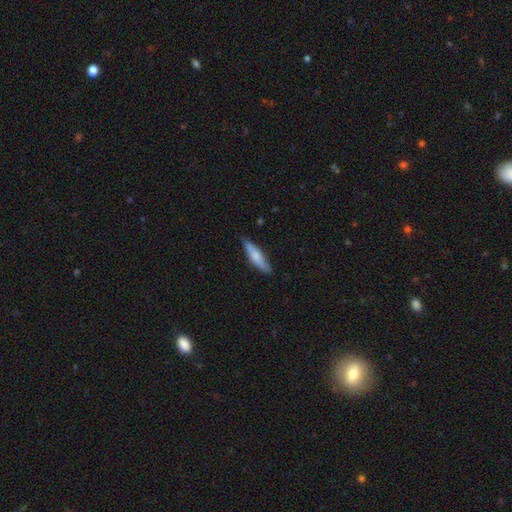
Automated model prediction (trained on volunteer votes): Q: Smooth or featured?
A: smooth (70%); runner-up: featured or disk (25%)
Q: How rounded?
A: cigar-shaped (72%); runner-up: in between (27%)
Q: Merging?
A: none (80%); runner-up: minor disturbance (17%)